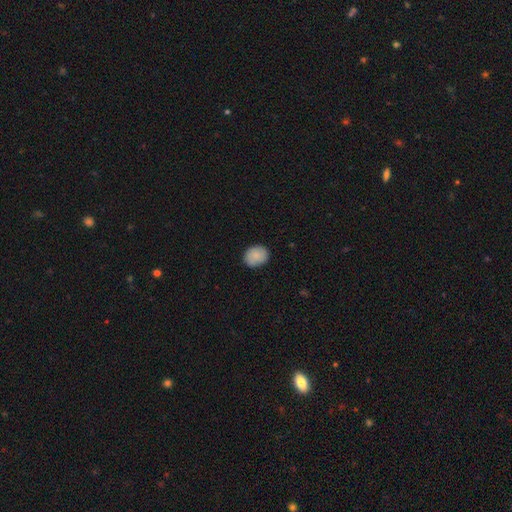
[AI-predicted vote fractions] This is clearly a smooth galaxy (85%). How rounded: possibly round (57%). Merging: clearly none (85%).